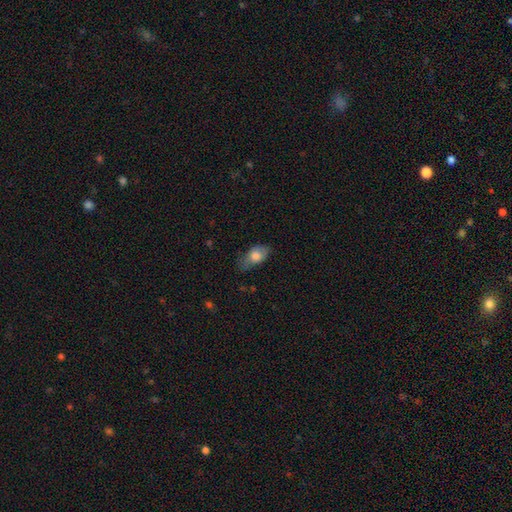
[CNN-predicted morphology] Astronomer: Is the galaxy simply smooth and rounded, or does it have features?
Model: smooth — 75%.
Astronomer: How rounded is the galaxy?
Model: in between — 88%.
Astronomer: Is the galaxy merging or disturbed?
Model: none — 55% (runner-up: minor disturbance, 33%).